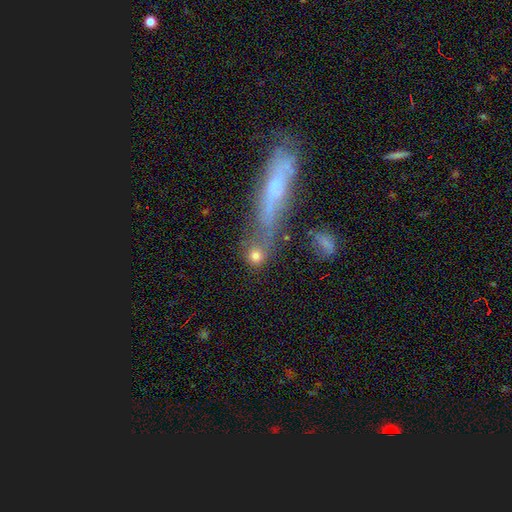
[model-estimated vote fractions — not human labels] smooth_or_featured: smooth (p=0.72) [alt: star or artifact p=0.15]
how_rounded: round (p=0.79) [alt: in between p=0.16]
merging: none (p=0.51) [alt: merger p=0.26]